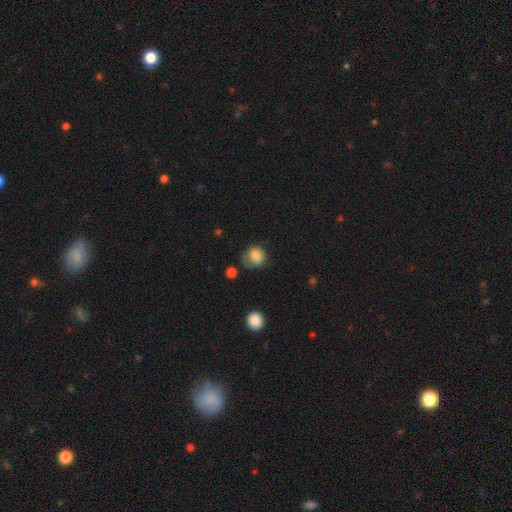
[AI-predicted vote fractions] Q: Smooth or featured?
A: smooth (83%); runner-up: star or artifact (9%)
Q: How rounded?
A: round (76%); runner-up: in between (23%)
Q: Merging?
A: none (55%); runner-up: minor disturbance (30%)